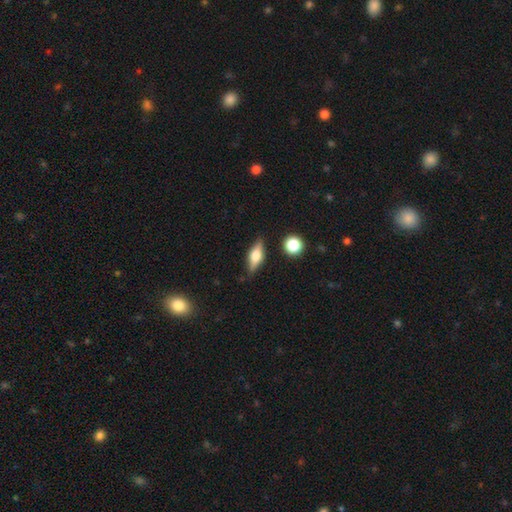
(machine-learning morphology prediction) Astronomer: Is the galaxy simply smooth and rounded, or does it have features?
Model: featured or disk — 49% (runner-up: smooth, 43%).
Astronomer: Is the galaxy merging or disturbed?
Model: none — 83%.